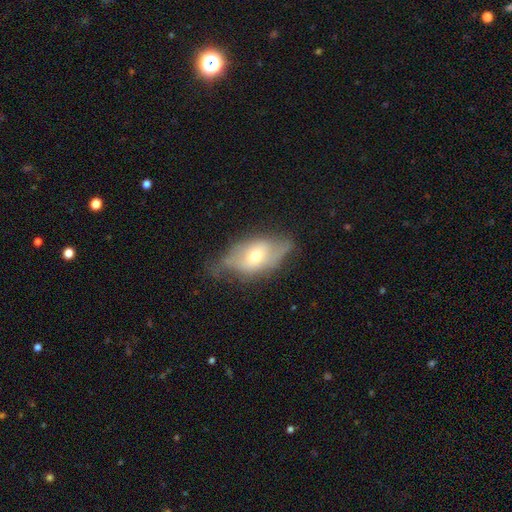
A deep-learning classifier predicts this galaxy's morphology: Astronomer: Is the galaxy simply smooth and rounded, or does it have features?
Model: featured or disk — 56% (runner-up: smooth, 35%).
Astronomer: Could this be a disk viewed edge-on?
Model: no — 69%.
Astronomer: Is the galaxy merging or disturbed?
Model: none — 54% (runner-up: minor disturbance, 31%).